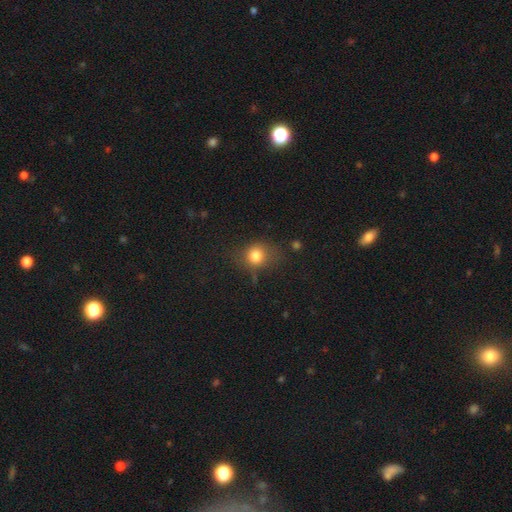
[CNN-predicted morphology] Smooth or featured: smooth — 79% (star or artifact — 13%)
How rounded: round — 71% (in between — 27%)
Merging: none — 64% (minor disturbance — 23%)